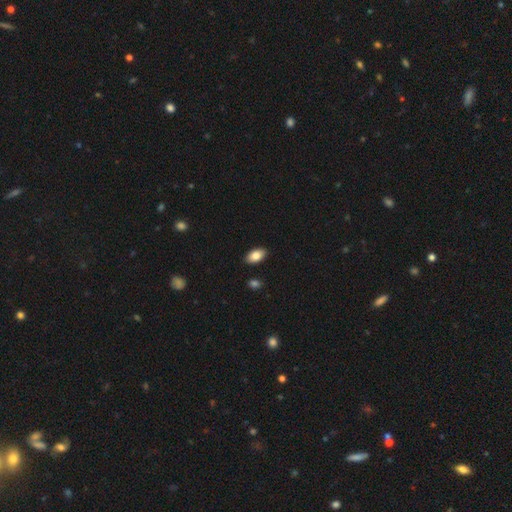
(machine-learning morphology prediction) smooth-or-featured: smooth: 85% | featured or disk: 8% | star or artifact: 7%
  how-rounded: in between: 94% | round: 4% | cigar-shaped: 2%
  merging: none: 89% | minor disturbance: 8% | major disturbance: 2% | merger: 2%